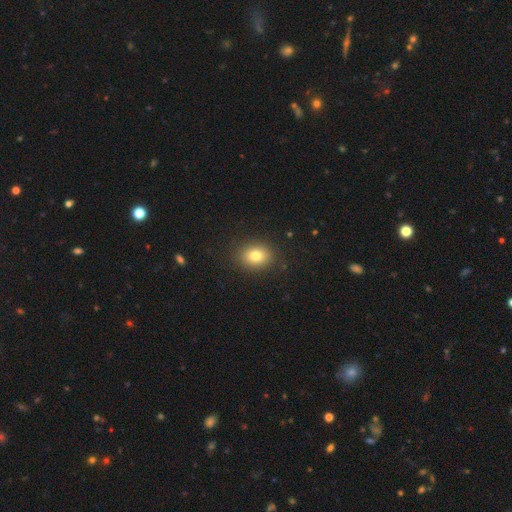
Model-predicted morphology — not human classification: A smooth galaxy with no disk features (78%) that is round (58%).

Vote fractions:
- Smooth or featured? smooth: 78% / star or artifact: 12% / featured or disk: 10%
- How rounded? round: 58% / in between: 41% / cigar-shaped: 1%
- Merging? none: 88% / minor disturbance: 8% / major disturbance: 3% / merger: 1%